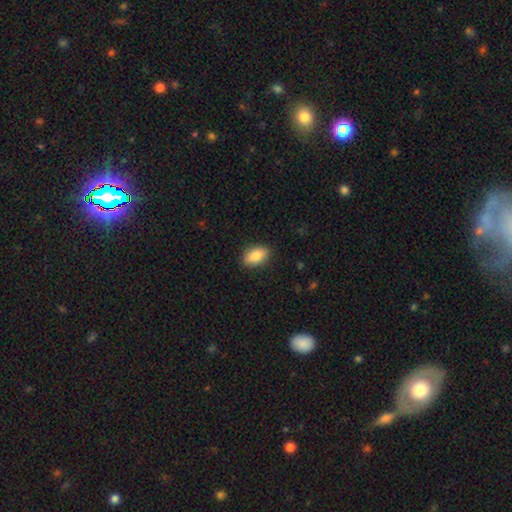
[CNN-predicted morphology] The model was most divided on "smooth or featured": smooth: 86%, featured or disk: 7%, star or artifact: 7%. More confident: how rounded — in between (91%); merging — none (89%).